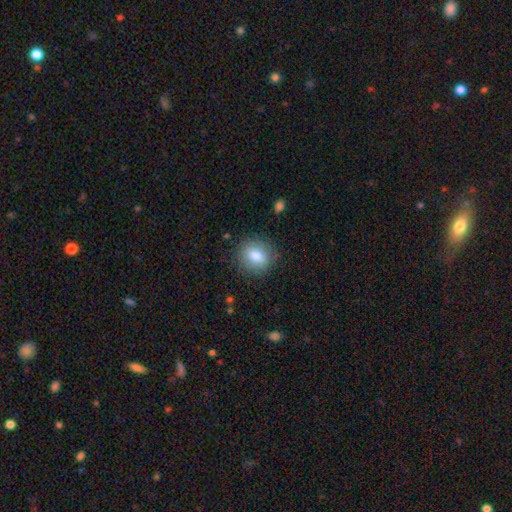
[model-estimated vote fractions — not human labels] Smooth or featured?
  - smooth: 81% *
  - featured or disk: 11%
  - star or artifact: 9%
How rounded?
  - round: 69% *
  - in between: 29%
  - cigar-shaped: 1%
Merging?
  - none: 84% *
  - minor disturbance: 11%
  - major disturbance: 4%
  - merger: 1%